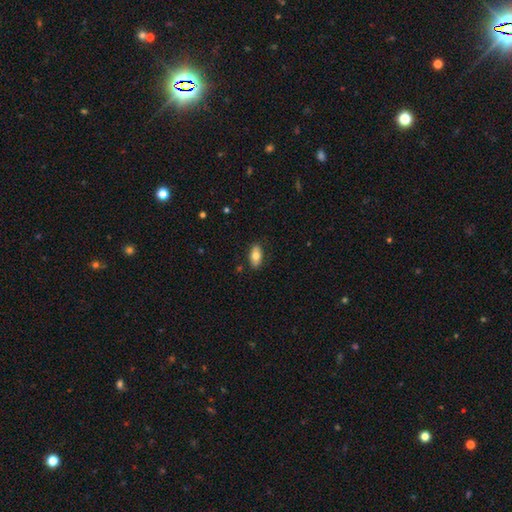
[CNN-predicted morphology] This is likely a smooth galaxy (75%). How rounded: clearly in between (90%). Merging: clearly none (85%).